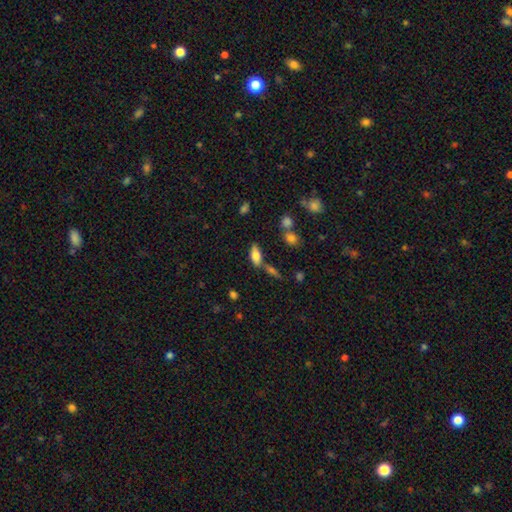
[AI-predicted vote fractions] Overall: smooth (71%). How rounded: in between (83%). Merging: none (63%).